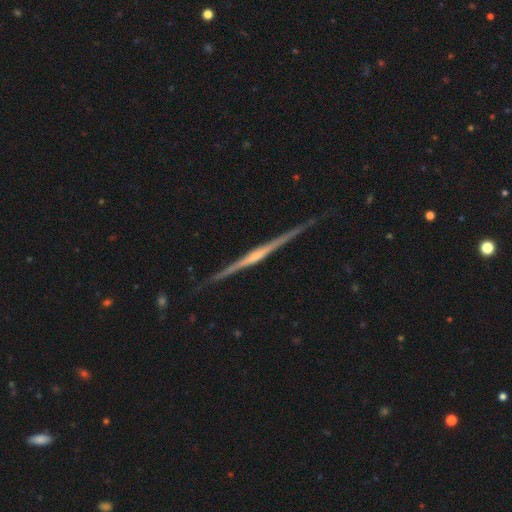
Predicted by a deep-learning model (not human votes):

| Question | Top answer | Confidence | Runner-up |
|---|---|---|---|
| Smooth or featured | featured or disk | 84% | smooth (11%) |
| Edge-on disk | yes | 98% | no (2%) |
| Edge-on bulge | rounded | 64% | none (26%) |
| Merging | none | 88% | minor disturbance (9%) |